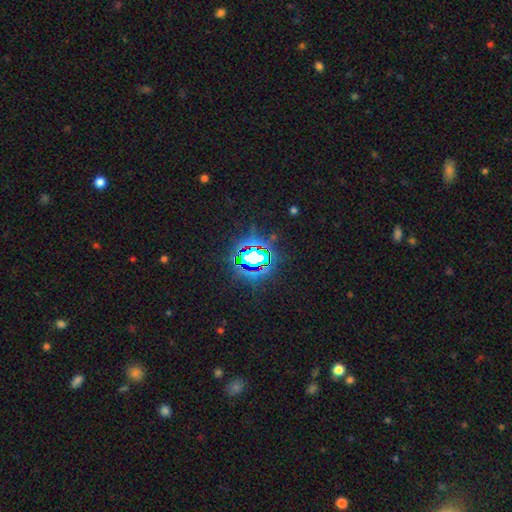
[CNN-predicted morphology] Q: Smooth or featured?
A: star or artifact (78%); runner-up: smooth (12%)